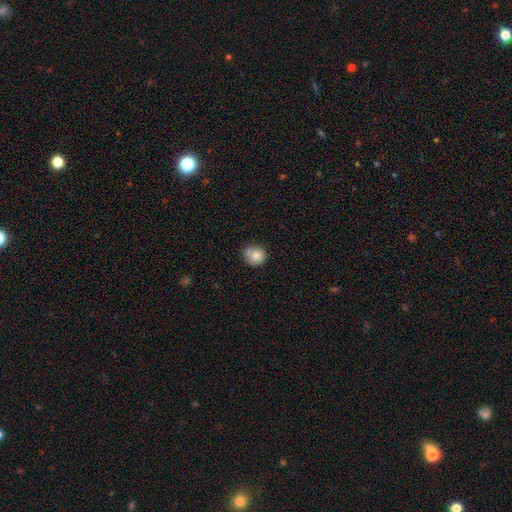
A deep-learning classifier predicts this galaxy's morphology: The model was most divided on "merging": none: 61%, minor disturbance: 22%, merger: 13%, major disturbance: 5%. More confident: how rounded — round (85%); smooth or featured — smooth (80%).